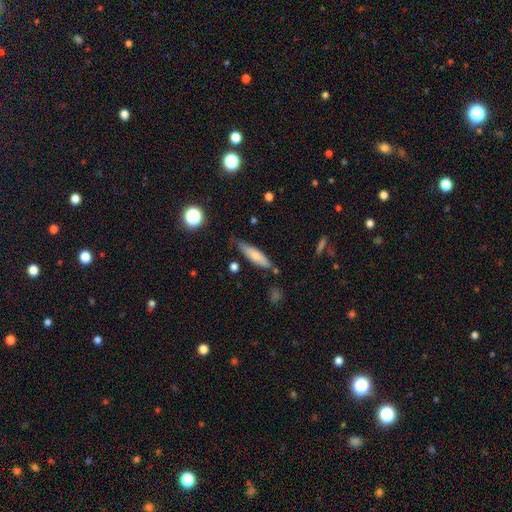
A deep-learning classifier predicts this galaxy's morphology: A smooth galaxy with no disk features (67%) that is cigar-shaped (66%).

Vote fractions:
- Smooth or featured? smooth: 67% / featured or disk: 26% / star or artifact: 7%
- How rounded? cigar-shaped: 66% / in between: 32% / round: 2%
- Merging? none: 70% / minor disturbance: 22% / merger: 5% / major disturbance: 4%